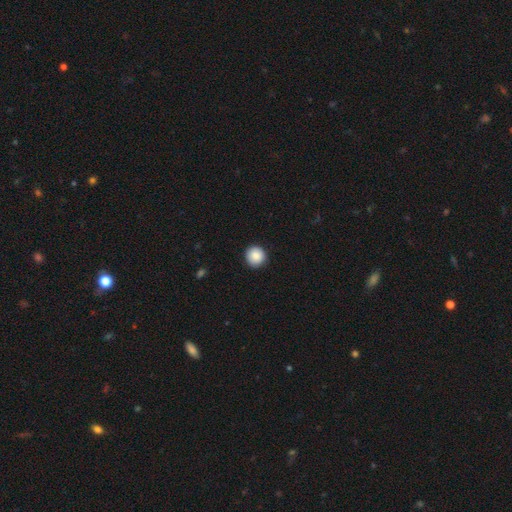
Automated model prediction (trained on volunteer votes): Smooth or featured: smooth — 87% (star or artifact — 8%)
How rounded: round — 94% (in between — 5%)
Merging: none — 92% (minor disturbance — 6%)